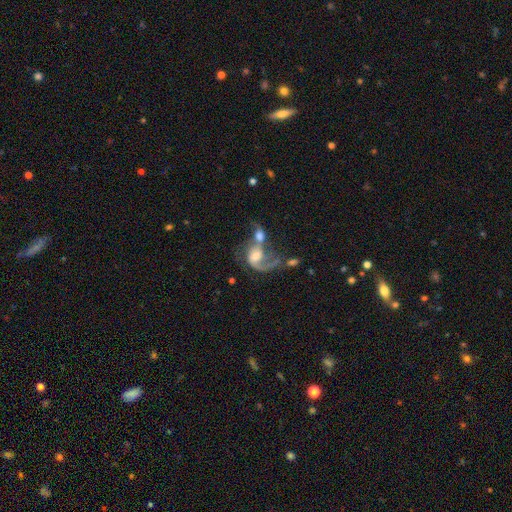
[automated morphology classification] Overall: featured or disk (71%). Edge-on disk: no (97%). Bar: no (59%; weak 33%). Spiral arms: yes (85%). Spiral arm count: 1 (61%; 2 29%). Spiral winding: loose (54%; medium 33%). Bulge size: moderate (51%; small 21%). Merging: merger (65%).